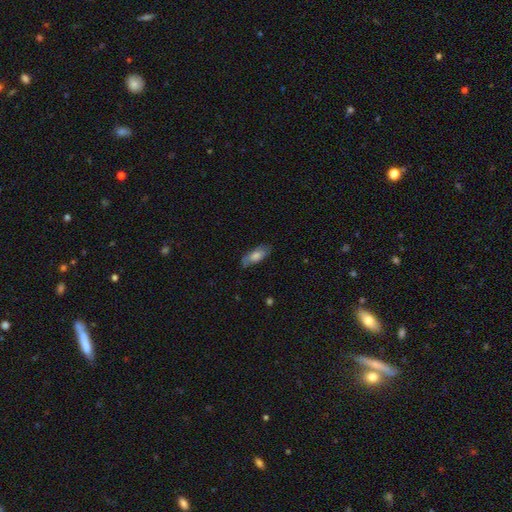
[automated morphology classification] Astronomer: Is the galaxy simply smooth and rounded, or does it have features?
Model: smooth — 61%.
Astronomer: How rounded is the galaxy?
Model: in between — 76%.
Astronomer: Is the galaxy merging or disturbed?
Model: none — 75%.